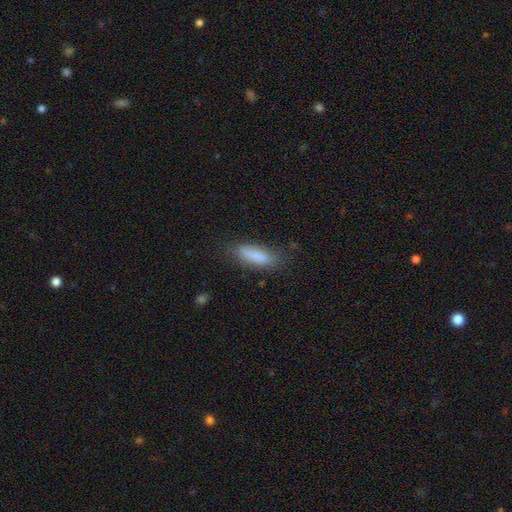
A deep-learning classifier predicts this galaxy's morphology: smooth 84%, featured or disk 9%, star or artifact 7%. Down the decision tree: how rounded — cigar-shaped (52%); merging — none (76%).